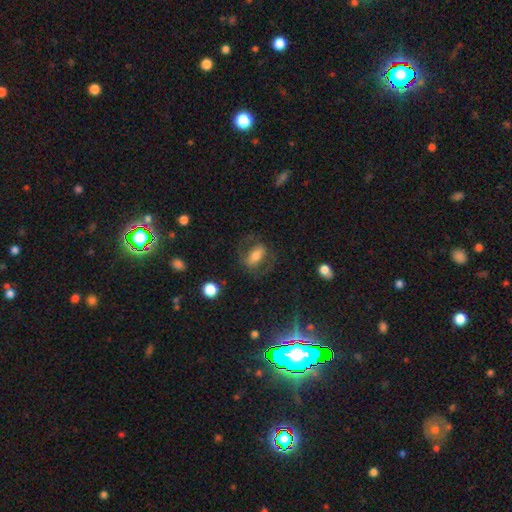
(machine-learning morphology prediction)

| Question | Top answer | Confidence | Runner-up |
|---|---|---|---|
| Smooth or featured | smooth | 48% | featured or disk (42%) |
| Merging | none | 65% | major disturbance (17%) |